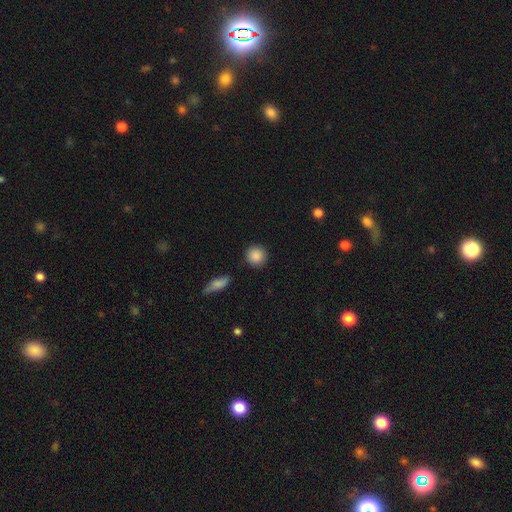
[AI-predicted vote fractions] This is clearly a smooth galaxy (88%). How rounded: clearly round (91%). Merging: clearly none (87%).